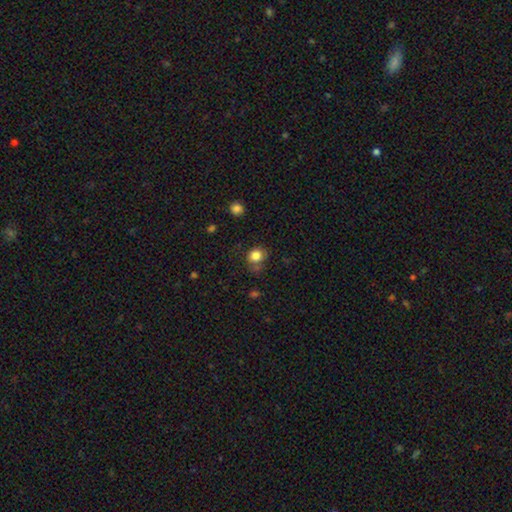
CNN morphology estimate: This appears to be a smooth galaxy with no disk features (82%) that is round (73%). Merging: none (62%).